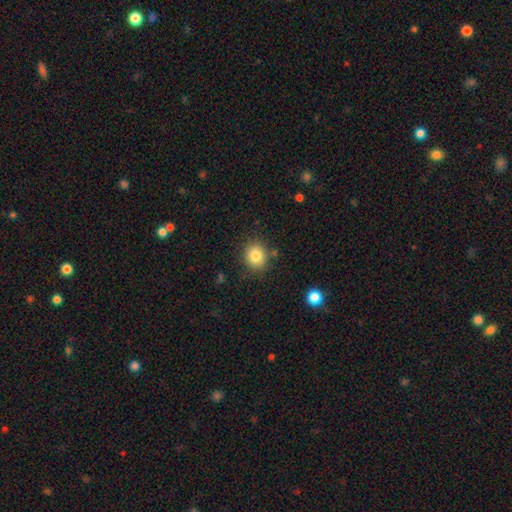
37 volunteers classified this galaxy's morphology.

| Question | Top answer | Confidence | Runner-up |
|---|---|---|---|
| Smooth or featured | smooth | 84% | featured or disk (11%) |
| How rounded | round | 90% | in between (10%) |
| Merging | none | 83% | minor disturbance (9%) |